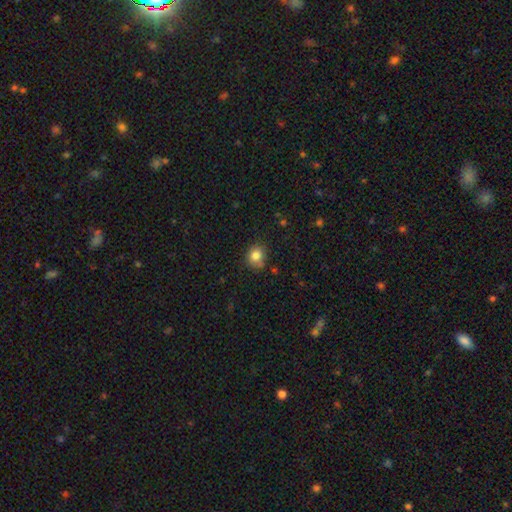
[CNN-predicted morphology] smooth_or_featured: smooth (p=0.83) [alt: star or artifact p=0.11]
how_rounded: round (p=0.73) [alt: in between p=0.27]
merging: none (p=0.74) [alt: minor disturbance p=0.18]